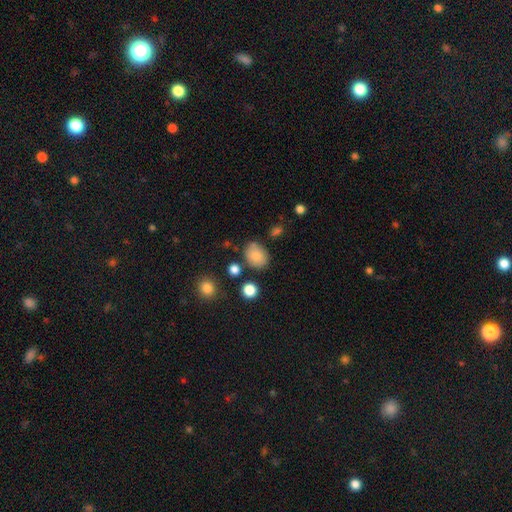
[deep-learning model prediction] The model was most divided on "how rounded": in between: 57%, round: 42%, cigar-shaped: 1%. More confident: smooth or featured — smooth (83%); merging — none (75%).